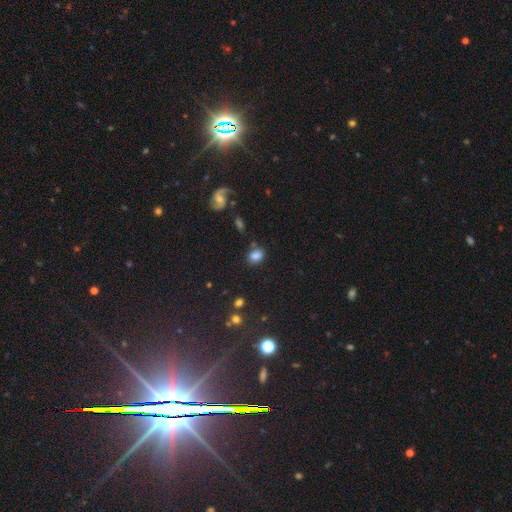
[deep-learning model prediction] Overall: smooth (79%). How rounded: in between (64%; round 35%). Merging: none (67%).